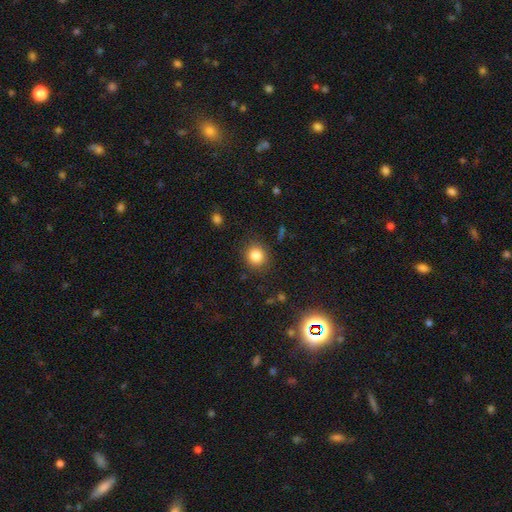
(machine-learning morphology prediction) Smooth or featured? smooth (84%)
How rounded? round (85%)
Merging? none (87%)